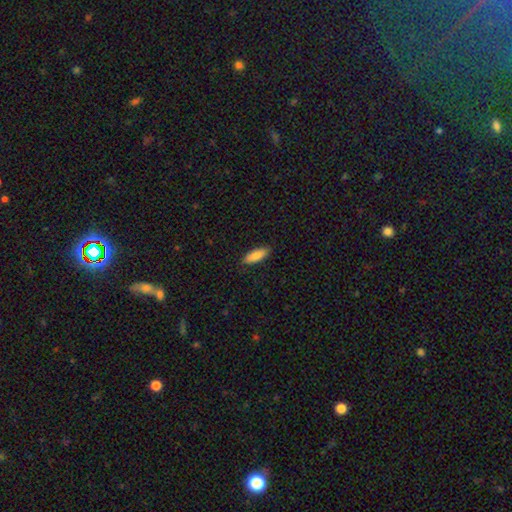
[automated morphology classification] Smooth or featured?
  - smooth: 85% *
  - featured or disk: 9%
  - star or artifact: 6%
How rounded?
  - in between: 64% *
  - cigar-shaped: 35%
  - round: 2%
Merging?
  - none: 88% *
  - minor disturbance: 10%
  - major disturbance: 2%
  - merger: 1%